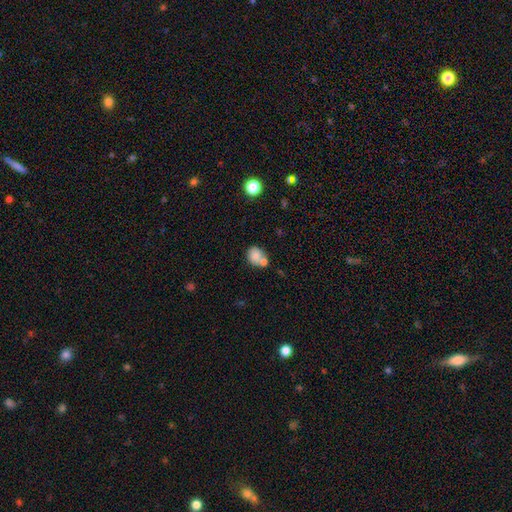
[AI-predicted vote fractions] smooth-or-featured: smooth: 79% | featured or disk: 11% | star or artifact: 10%
  how-rounded: round: 62% | in between: 37% | cigar-shaped: 1%
  merging: none: 42% | merger: 39% | minor disturbance: 14% | major disturbance: 6%